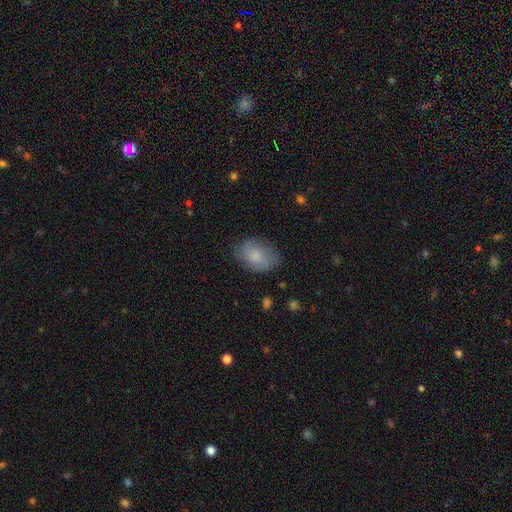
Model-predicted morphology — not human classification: Smooth or featured: smooth — 74% (featured or disk — 18%)
How rounded: in between — 79% (round — 20%)
Merging: none — 72% (minor disturbance — 20%)